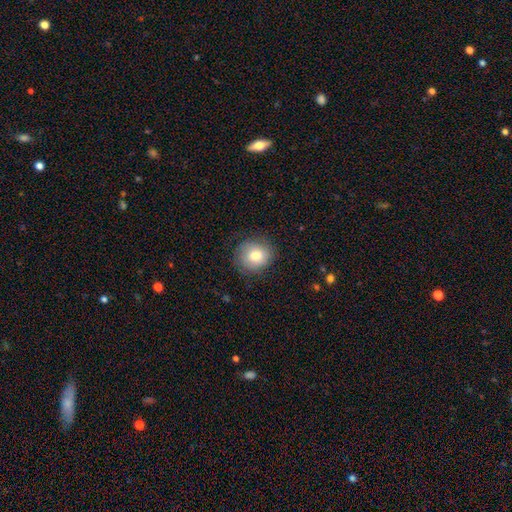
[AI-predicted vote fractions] Overall: smooth (77%). How rounded: round (82%). Merging: none (82%).